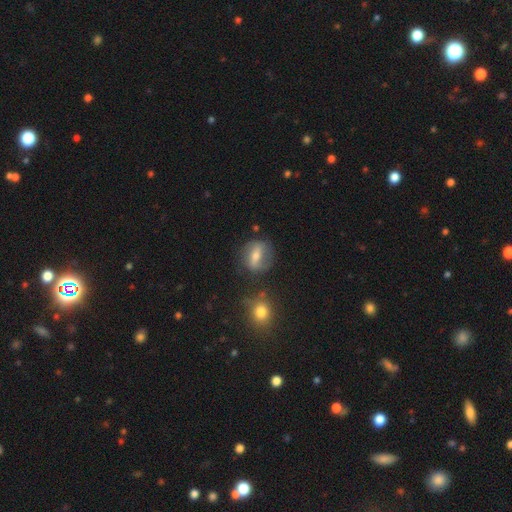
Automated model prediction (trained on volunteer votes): A smooth galaxy with no disk features (47%). Merging: none (68%).